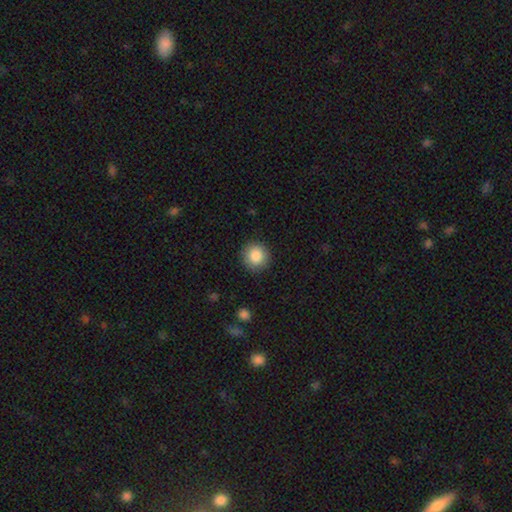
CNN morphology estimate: type=smooth (86%); roundness=round (94%); merging=none (90%).